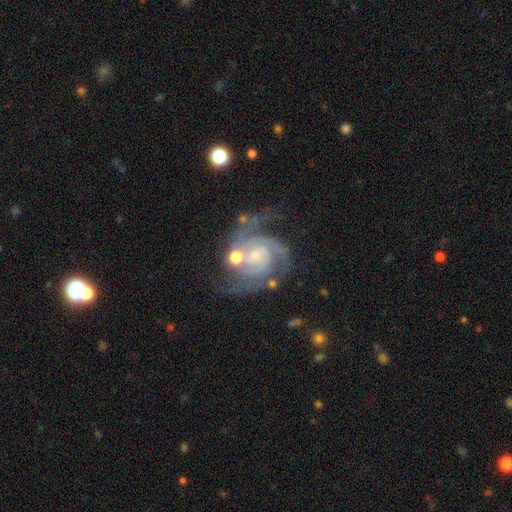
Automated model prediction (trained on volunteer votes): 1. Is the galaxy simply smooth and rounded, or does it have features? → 91% featured or disk, 5% star or artifact, 4% smooth.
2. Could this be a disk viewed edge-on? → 98% no, 2% yes.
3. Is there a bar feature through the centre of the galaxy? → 67% no, 26% weak, 7% strong.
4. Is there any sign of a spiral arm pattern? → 98% yes, 2% no.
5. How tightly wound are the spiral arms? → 60% tight, 35% medium, 5% loose.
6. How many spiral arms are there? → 46% 2, 29% 3, 9% can't tell, 7% 4, 4% 1, 4% more than 4.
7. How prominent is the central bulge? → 75% small, 18% moderate, 5% none, 2% large, 1% dominant.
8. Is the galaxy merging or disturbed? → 56% none, 20% minor disturbance, 14% major disturbance, 10% merger.